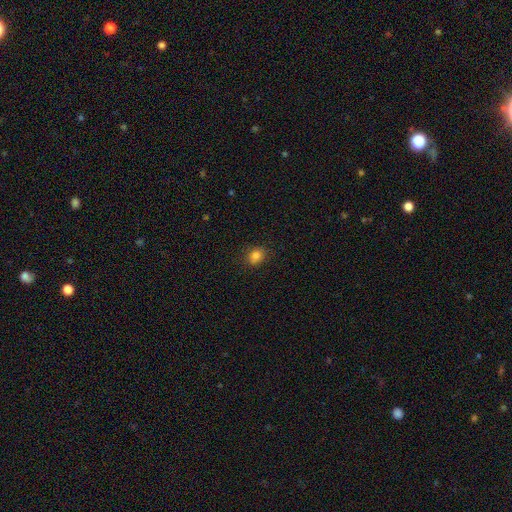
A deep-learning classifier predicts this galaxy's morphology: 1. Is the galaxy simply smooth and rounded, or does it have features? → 83% smooth, 12% star or artifact, 5% featured or disk.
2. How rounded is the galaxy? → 55% round, 44% in between, 1% cigar-shaped.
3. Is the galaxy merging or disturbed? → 84% none, 12% minor disturbance, 3% major disturbance, 1% merger.